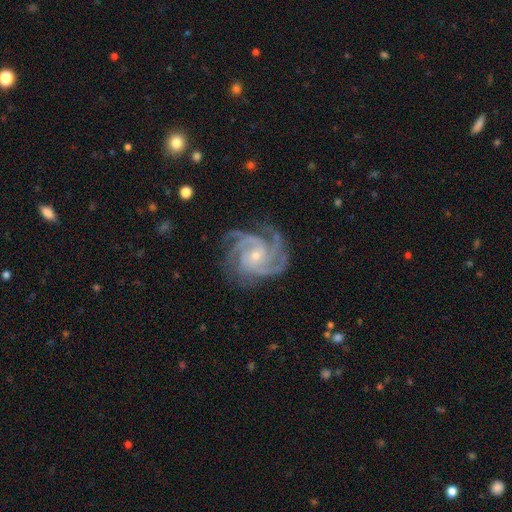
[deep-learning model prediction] Morphology: type=featured or disk (93%); edge-on=no (98%); bar=no (67%); spiral arms=yes (99%); winding=tight (59%); arm count=3 (40%); bulge=small (74%); merging=none (76%).